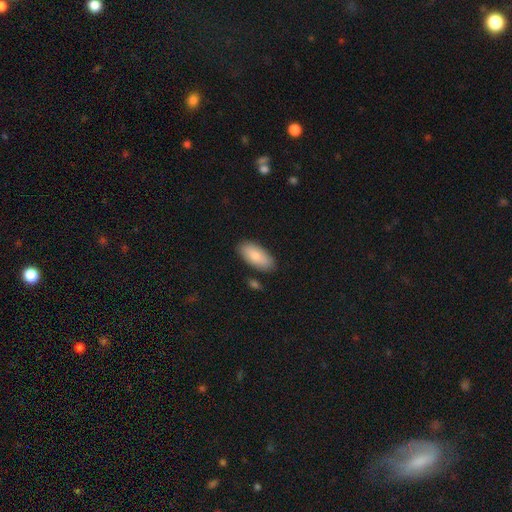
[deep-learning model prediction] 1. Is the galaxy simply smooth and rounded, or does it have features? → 80% smooth, 15% featured or disk, 6% star or artifact.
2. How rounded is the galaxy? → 90% in between, 8% cigar-shaped, 2% round.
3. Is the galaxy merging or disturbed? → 83% none, 12% minor disturbance, 3% merger, 2% major disturbance.